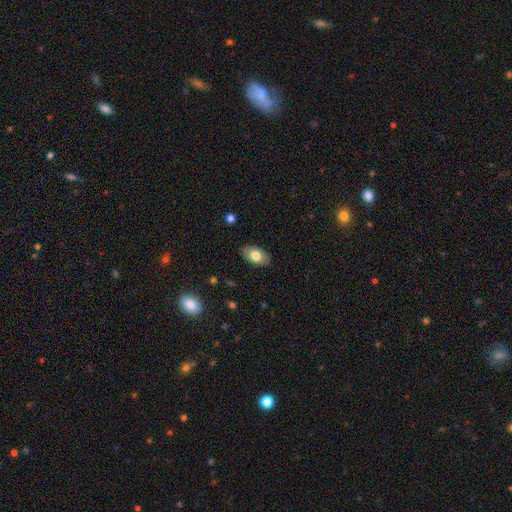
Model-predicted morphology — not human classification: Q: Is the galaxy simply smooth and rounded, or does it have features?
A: smooth — 76%.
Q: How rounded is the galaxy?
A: in between — 93%.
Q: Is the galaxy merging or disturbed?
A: none — 87%.